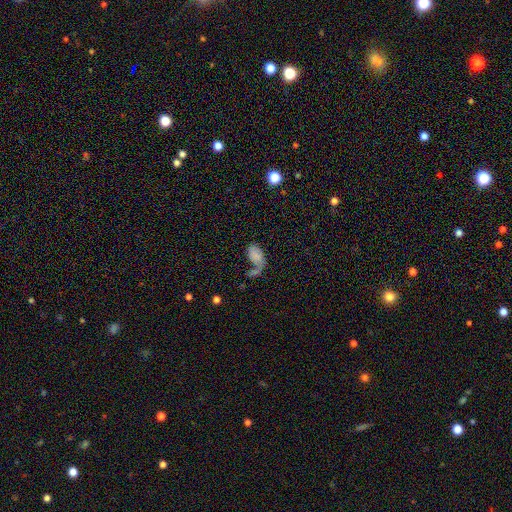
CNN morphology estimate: type=smooth (56%); roundness=in between (91%); merging=merger (31%).